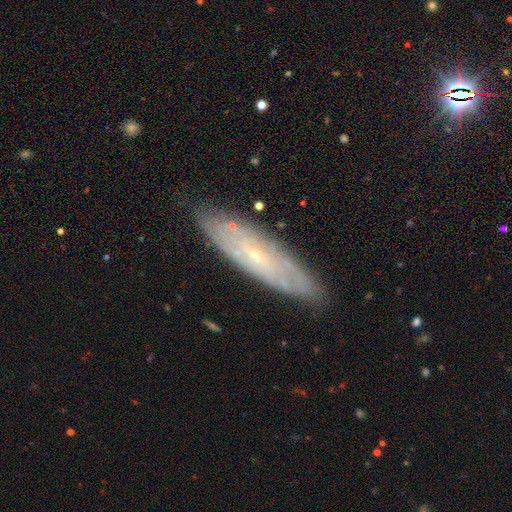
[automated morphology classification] Smooth or featured: featured or disk — 68% (smooth — 24%)
Edge-on disk: no — 67% (yes — 33%)
Merging: none — 84% (minor disturbance — 12%)